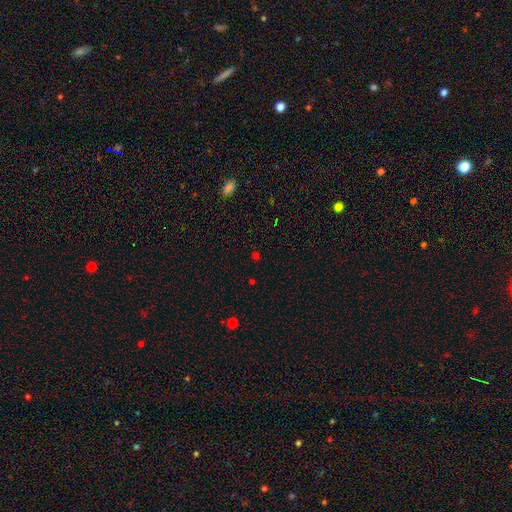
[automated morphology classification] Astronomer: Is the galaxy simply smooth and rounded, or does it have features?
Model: smooth — 47%, tied with star or artifact at 47%.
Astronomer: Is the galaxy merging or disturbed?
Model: none — 81%.